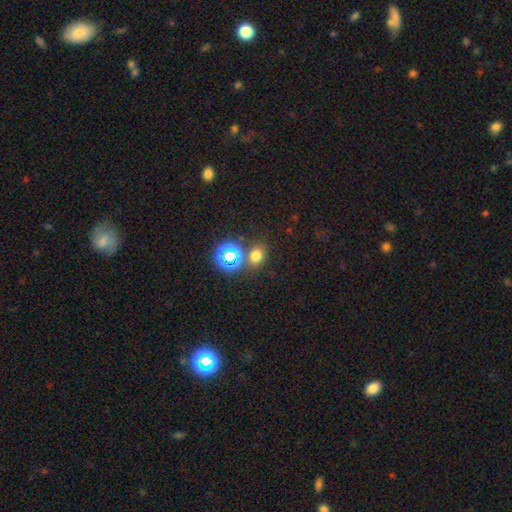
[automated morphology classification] smooth_or_featured: smooth (p=0.65) [alt: star or artifact p=0.28]
how_rounded: round (p=0.59) [alt: in between p=0.39]
merging: none (p=0.73) [alt: merger p=0.14]